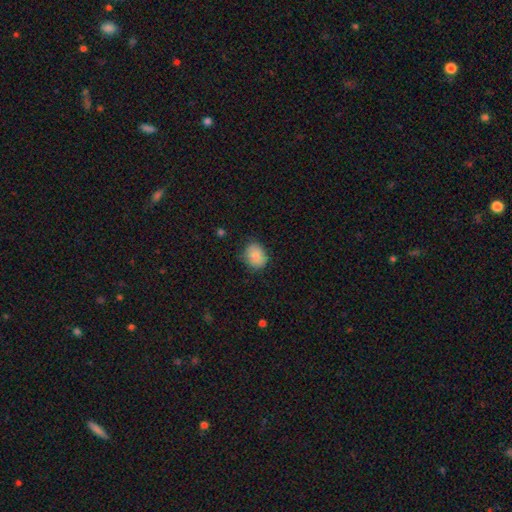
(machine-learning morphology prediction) Smooth or featured?
  - smooth: 84% *
  - star or artifact: 8%
  - featured or disk: 8%
How rounded?
  - round: 57% *
  - in between: 43%
  - cigar-shaped: 1%
Merging?
  - none: 77% *
  - minor disturbance: 18%
  - major disturbance: 4%
  - merger: 1%